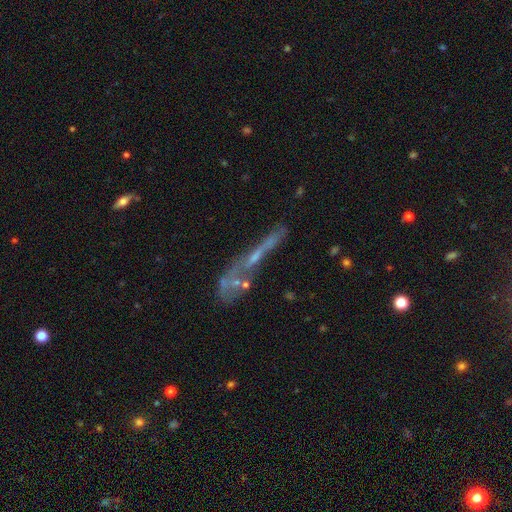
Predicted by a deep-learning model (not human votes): smooth-or-featured: featured or disk: 55% | smooth: 33% | star or artifact: 13%
  disk-edge-on: yes: 54% | no: 46%
  merging: none: 40% | major disturbance: 21% | merger: 20% | minor disturbance: 19%